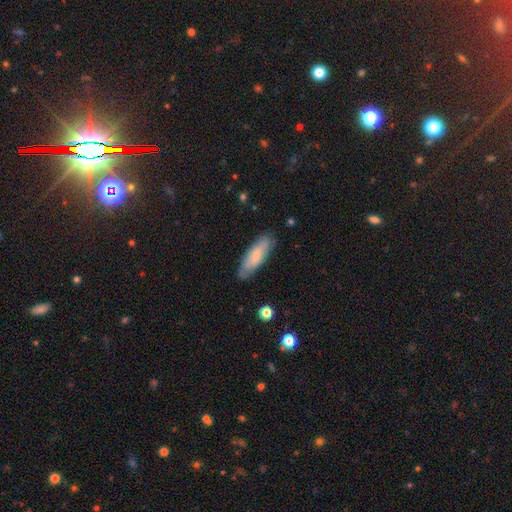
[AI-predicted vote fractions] smooth-or-featured: smooth: 67% | featured or disk: 27% | star or artifact: 6%
  how-rounded: in between: 53% | cigar-shaped: 45% | round: 2%
  merging: none: 79% | minor disturbance: 17% | major disturbance: 3% | merger: 1%